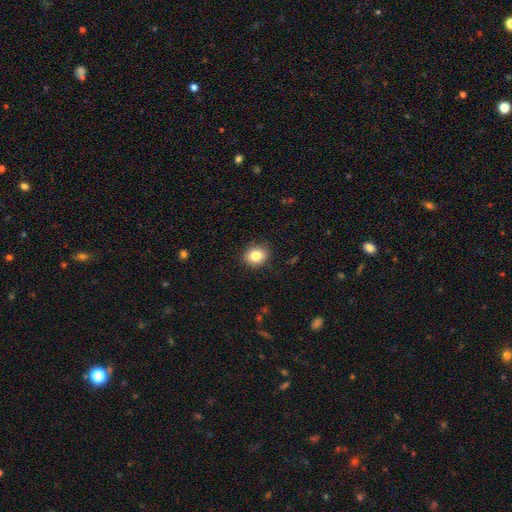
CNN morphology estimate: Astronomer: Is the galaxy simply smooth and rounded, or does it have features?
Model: smooth — 82%.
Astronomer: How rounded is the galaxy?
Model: round — 66%.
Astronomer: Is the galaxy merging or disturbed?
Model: none — 88%.